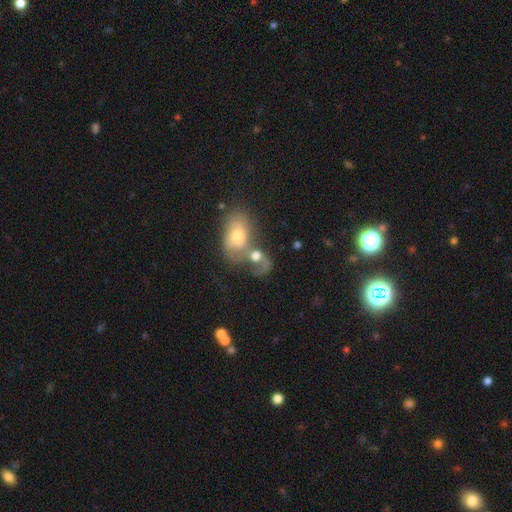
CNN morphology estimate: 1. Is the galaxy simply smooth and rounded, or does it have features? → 49% smooth, 42% featured or disk, 9% star or artifact.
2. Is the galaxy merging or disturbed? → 68% merger, 14% none, 11% major disturbance, 7% minor disturbance.